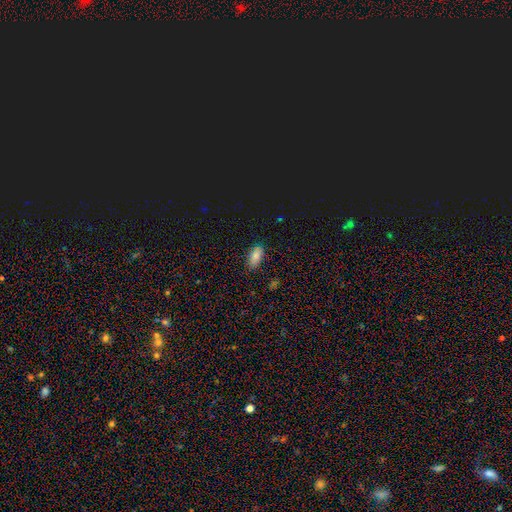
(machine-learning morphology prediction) Smooth or featured: smooth — 80% (star or artifact — 12%)
How rounded: in between — 91% (cigar-shaped — 5%)
Merging: none — 84% (minor disturbance — 13%)